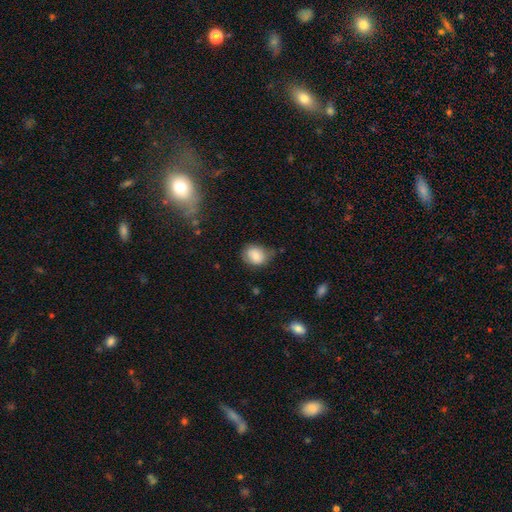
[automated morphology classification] The model was most divided on "how rounded": in between: 50%, round: 49%, cigar-shaped: 1%. More confident: smooth or featured — smooth (77%); merging — none (59%).